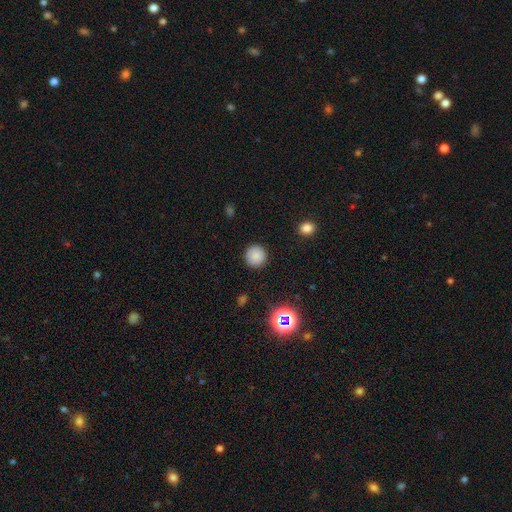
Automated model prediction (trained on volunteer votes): A smooth galaxy with no disk features (84%) that is round (95%). Merging: none (91%).